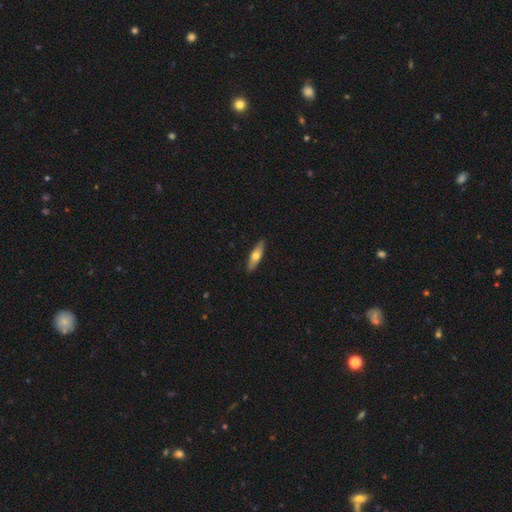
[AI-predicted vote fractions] smooth-or-featured: smooth: 55% | featured or disk: 40% | star or artifact: 5%
  how-rounded: cigar-shaped: 62% | in between: 36% | round: 2%
  merging: none: 90% | minor disturbance: 7% | major disturbance: 1% | merger: 1%